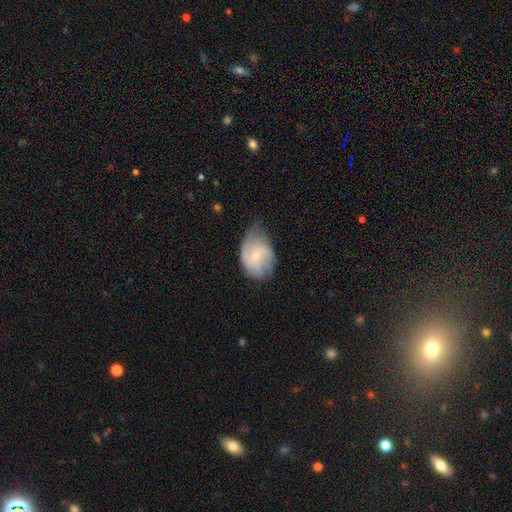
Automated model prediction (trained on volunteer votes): Overall: featured or disk (50%; smooth 43%). Merging: none (42%; minor disturbance 41%).